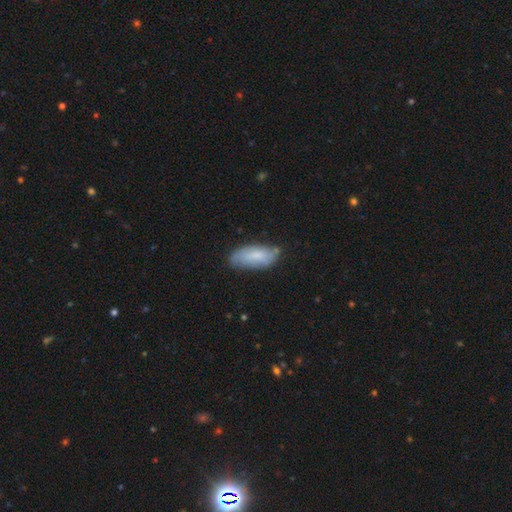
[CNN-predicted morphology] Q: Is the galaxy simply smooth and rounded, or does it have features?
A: smooth — 73%.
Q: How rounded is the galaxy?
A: in between — 83%.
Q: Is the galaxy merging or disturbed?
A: none — 68%.